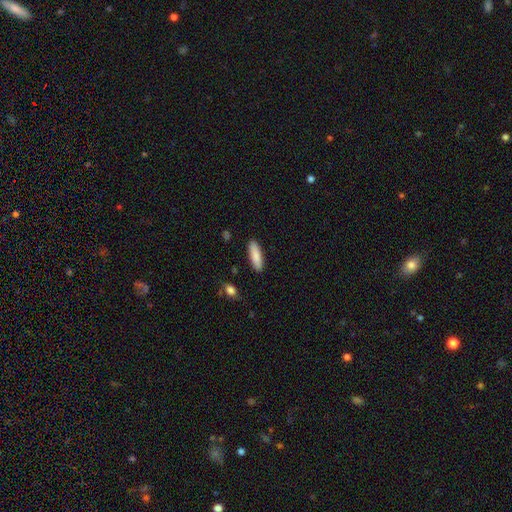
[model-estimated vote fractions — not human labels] Smooth or featured? Predicted: smooth (p=0.86). How rounded? Predicted: cigar-shaped (p=0.53). Merging? Predicted: none (p=0.89).